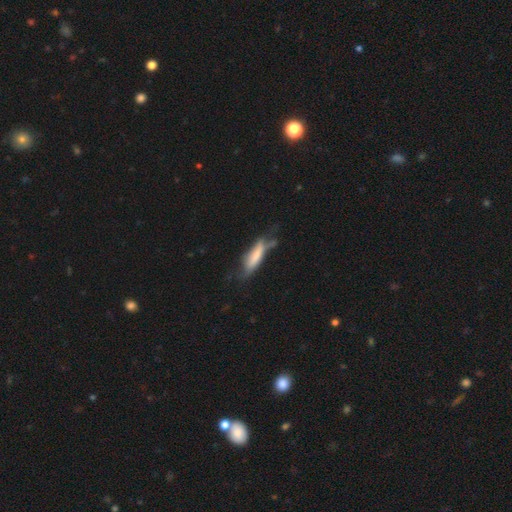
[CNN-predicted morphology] type=smooth (62%); roundness=cigar-shaped (67%); merging=none (37%).